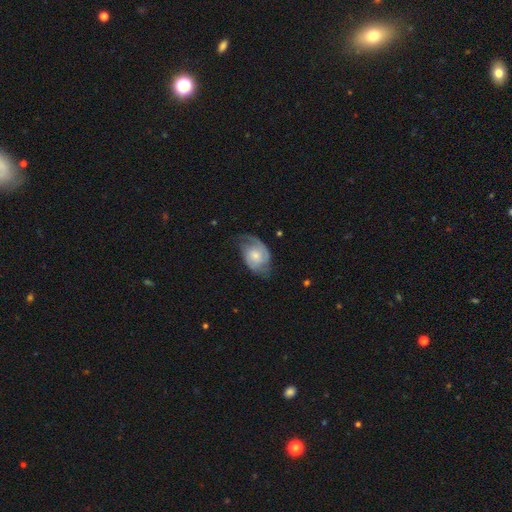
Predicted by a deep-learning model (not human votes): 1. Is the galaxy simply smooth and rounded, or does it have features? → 64% featured or disk, 30% smooth, 6% star or artifact.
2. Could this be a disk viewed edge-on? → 96% no, 4% yes.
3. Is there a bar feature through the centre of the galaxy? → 72% no, 24% weak, 4% strong.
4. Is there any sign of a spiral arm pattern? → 87% yes, 13% no.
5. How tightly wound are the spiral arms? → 41% medium, 32% tight, 27% loose.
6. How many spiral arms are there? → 67% 2, 15% can't tell, 12% 1, 3% 3, 1% 4, 1% more than 4.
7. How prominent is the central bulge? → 43% small (tied), 43% moderate (tied), 7% large, 6% none, 2% dominant.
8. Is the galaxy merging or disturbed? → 51% none, 29% minor disturbance, 19% major disturbance, 1% merger.